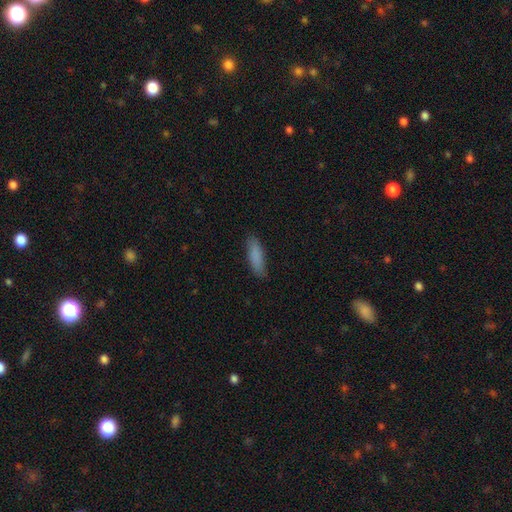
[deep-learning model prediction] smooth 86%, featured or disk 8%, star or artifact 6%. Down the decision tree: how rounded — cigar-shaped (59%); merging — none (84%).